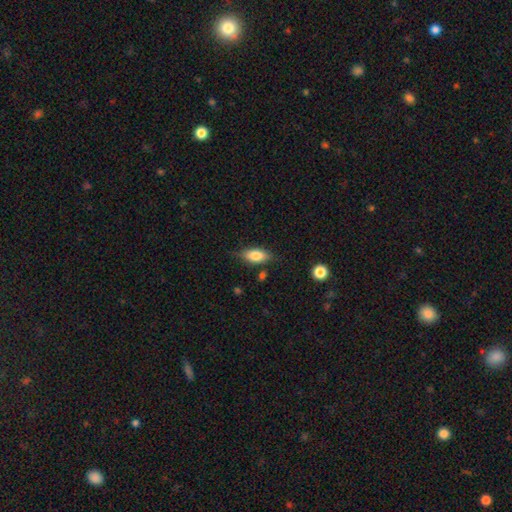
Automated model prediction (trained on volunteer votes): A smooth galaxy with no disk features (80%) that is in between round and cigar-shaped (86%).

Vote fractions:
- Smooth or featured? smooth: 80% / featured or disk: 13% / star or artifact: 7%
- How rounded? in between: 86% / cigar-shaped: 10% / round: 3%
- Merging? none: 75% / minor disturbance: 18% / major disturbance: 4% / merger: 3%